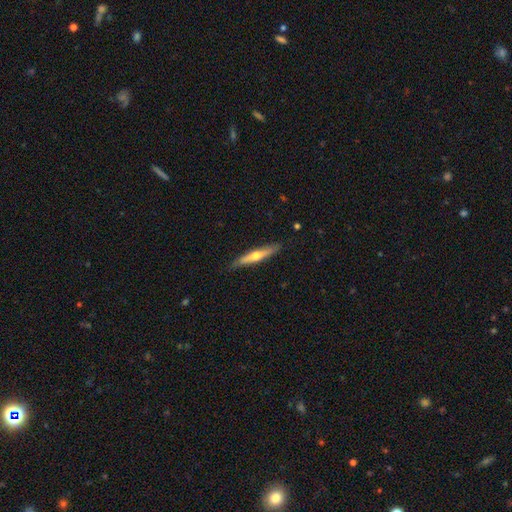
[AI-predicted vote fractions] Overall: featured or disk (50%; smooth 45%). Edge-on disk: yes (92%). Merging: none (86%).